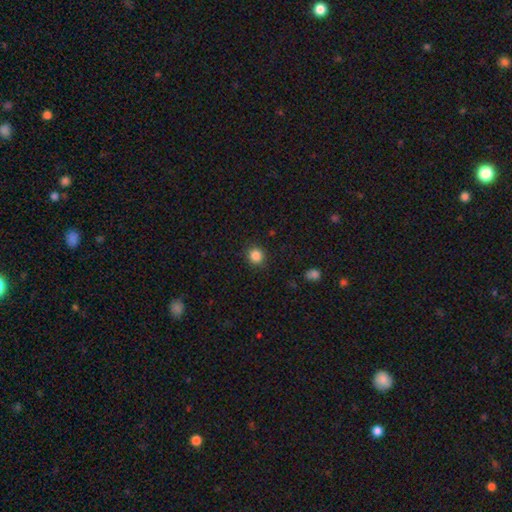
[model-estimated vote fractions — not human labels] Q: Smooth or featured?
A: smooth (85%); runner-up: star or artifact (11%)
Q: How rounded?
A: round (90%); runner-up: in between (9%)
Q: Merging?
A: none (89%); runner-up: minor disturbance (7%)